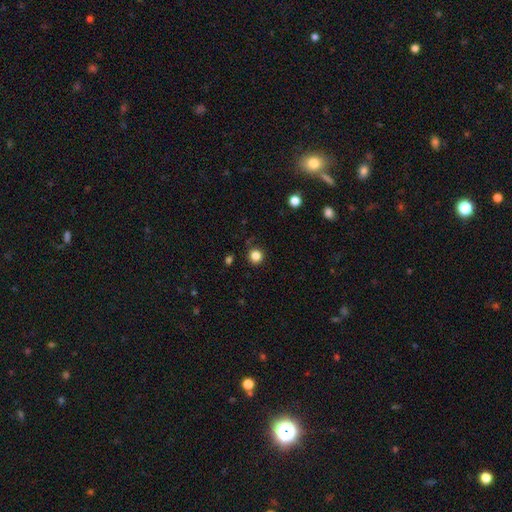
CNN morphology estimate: smooth-or-featured: smooth: 84% | star or artifact: 12% | featured or disk: 4%
  how-rounded: round: 94% | in between: 6% | cigar-shaped: 1%
  merging: none: 90% | minor disturbance: 7% | major disturbance: 2% | merger: 2%